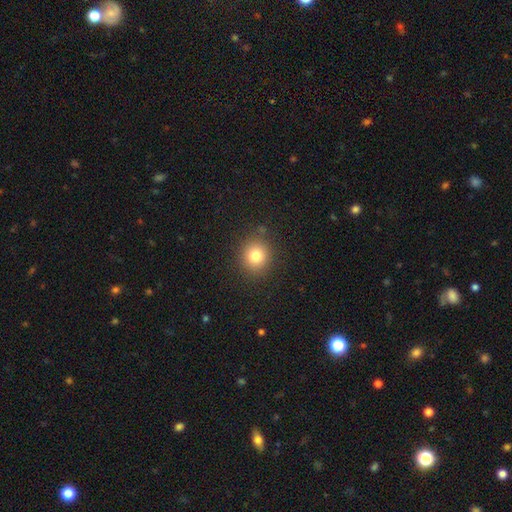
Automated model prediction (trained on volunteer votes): Smooth or featured? Predicted: smooth (p=0.80). How rounded? Predicted: round (p=0.87). Merging? Predicted: none (p=0.87).